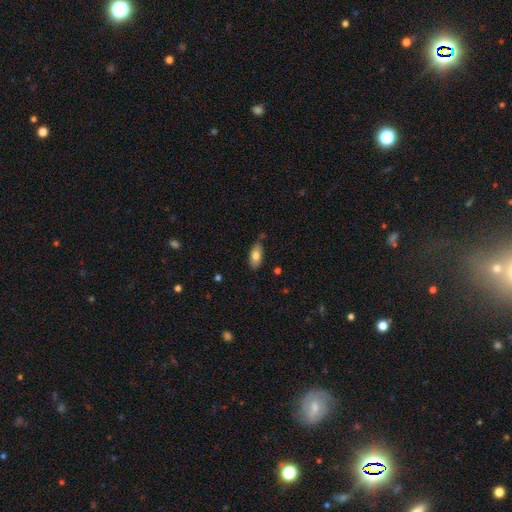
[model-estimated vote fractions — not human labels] Overall: smooth (76%). How rounded: in between (86%). Merging: none (80%).